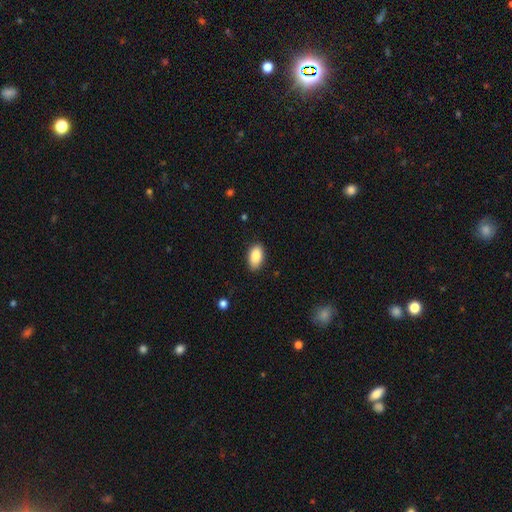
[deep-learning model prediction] Overall: smooth (87%). How rounded: in between (93%). Merging: none (87%).